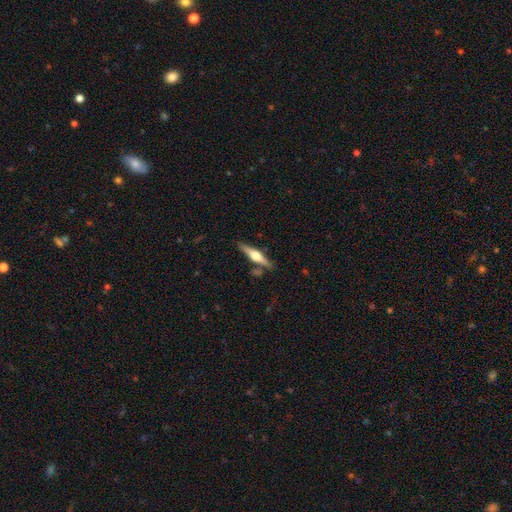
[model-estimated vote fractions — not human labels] Morphology: type=featured or disk (69%); edge-on=yes (97%); edge-on bulge=rounded (93%); merging=none (83%).